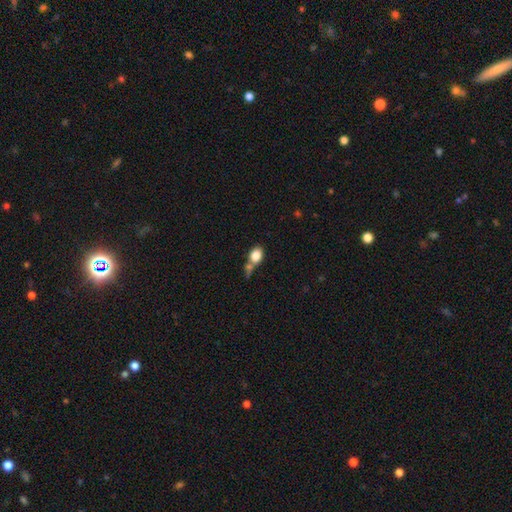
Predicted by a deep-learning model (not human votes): This appears to be a smooth galaxy with no disk features (81%) that is in between round and cigar-shaped (67%). Merging: none (38%, tied with merger).